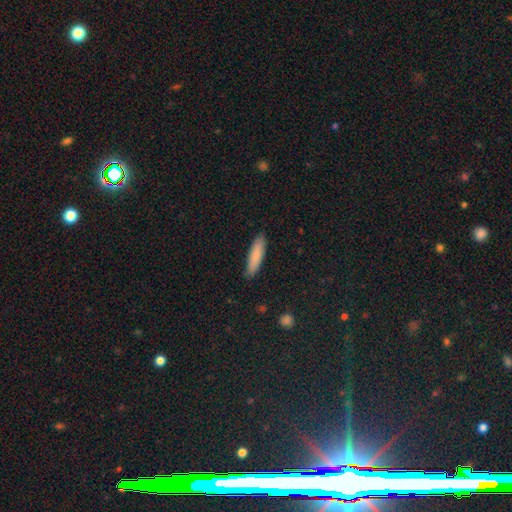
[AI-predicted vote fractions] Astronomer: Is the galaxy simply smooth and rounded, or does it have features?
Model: smooth — 85%.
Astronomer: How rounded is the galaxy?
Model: cigar-shaped — 74%.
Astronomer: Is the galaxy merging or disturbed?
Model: none — 87%.